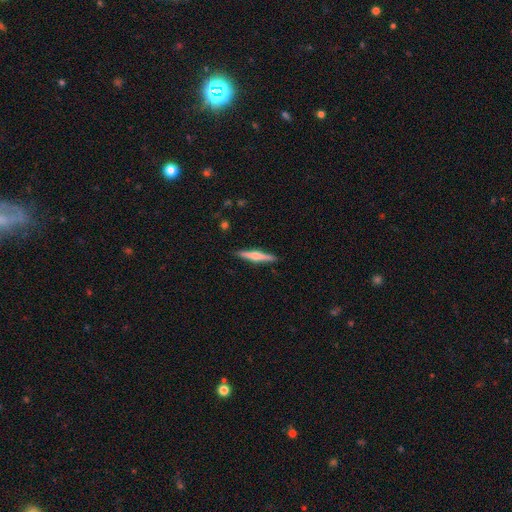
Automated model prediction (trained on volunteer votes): Smooth or featured? featured or disk (60%)
Edge-on disk? yes (98%)
Edge-on bulge? rounded (82%)
Merging? none (91%)